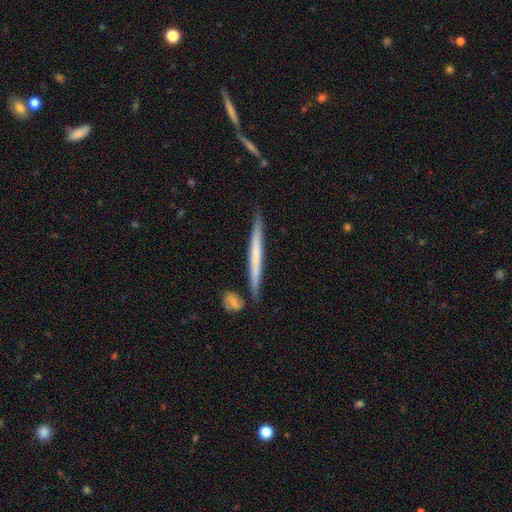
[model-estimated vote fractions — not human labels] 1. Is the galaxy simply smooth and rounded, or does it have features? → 50% featured or disk, 44% smooth, 6% star or artifact.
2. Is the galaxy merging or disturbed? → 83% none, 11% minor disturbance, 5% merger, 2% major disturbance.